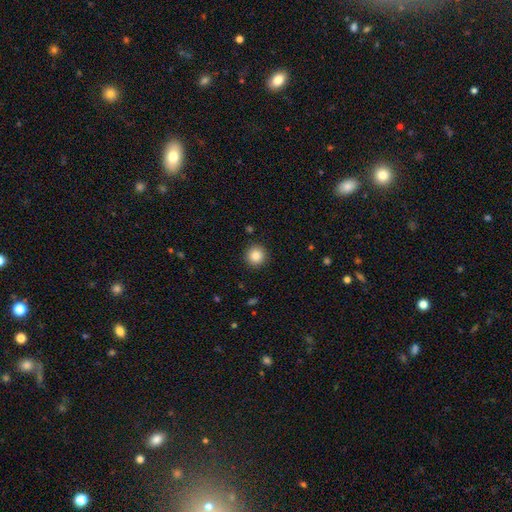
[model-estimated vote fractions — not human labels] Smooth or featured: smooth — 85% (star or artifact — 10%)
How rounded: round — 95% (in between — 5%)
Merging: none — 92% (minor disturbance — 5%)